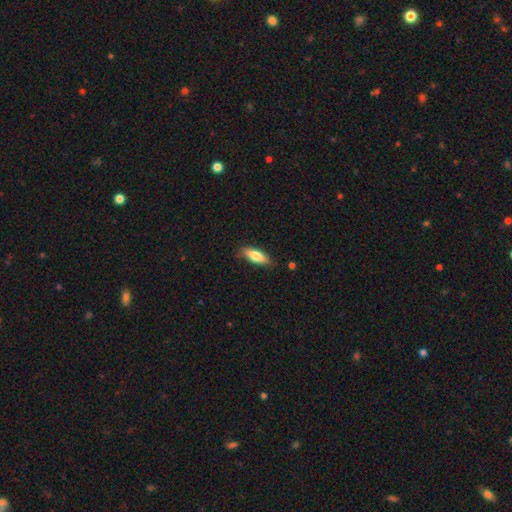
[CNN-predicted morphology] This appears to be a smooth galaxy with no disk features (77%) that is in between round and cigar-shaped (64%). Merging: none (81%).